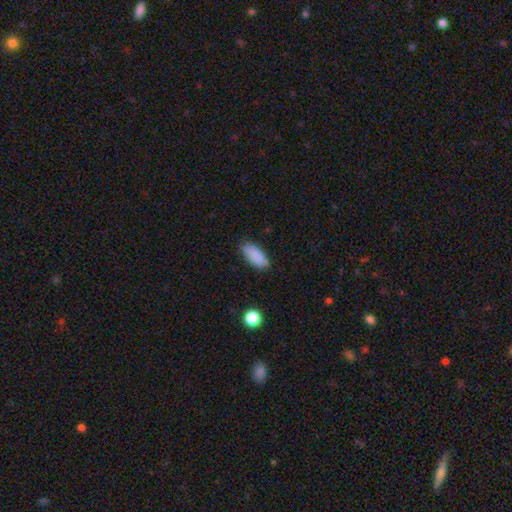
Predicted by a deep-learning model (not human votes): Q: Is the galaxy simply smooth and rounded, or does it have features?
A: smooth — 87%.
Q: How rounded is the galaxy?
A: in between — 88%.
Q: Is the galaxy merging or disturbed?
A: none — 76%.